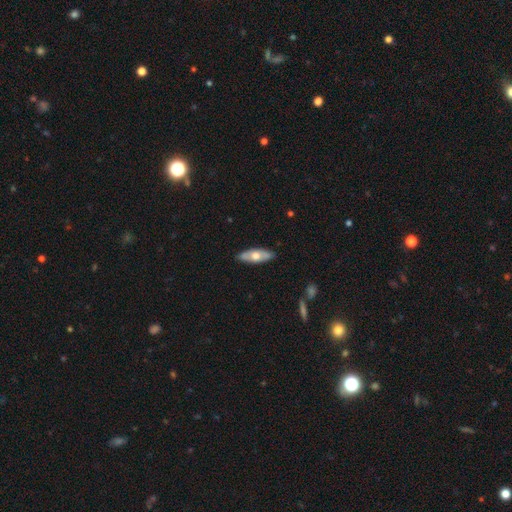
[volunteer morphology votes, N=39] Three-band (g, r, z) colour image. It shows a smooth galaxy with no disk features (49%, tied with featured or disk) that is in between round and cigar-shaped (74%). Merging: none (95%).